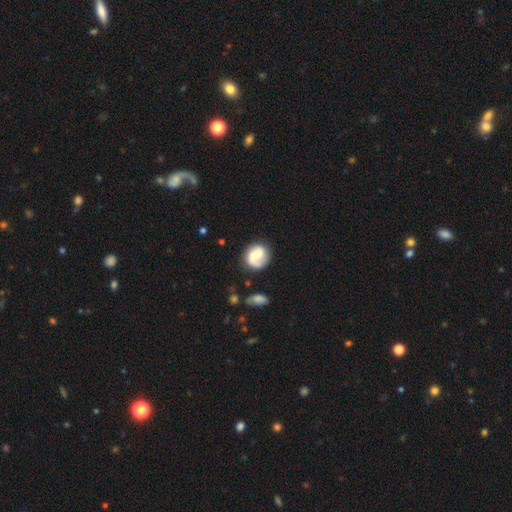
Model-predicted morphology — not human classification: Smooth or featured: featured or disk — 54% (smooth — 38%)
Edge-on disk: no — 98% (yes — 2%)
Bar: no — 43% (weak — 40%)
Spiral arms: yes — 87% (no — 13%)
Bulge size: moderate — 26% (none — 24%)
Merging: none — 66% (minor disturbance — 19%)